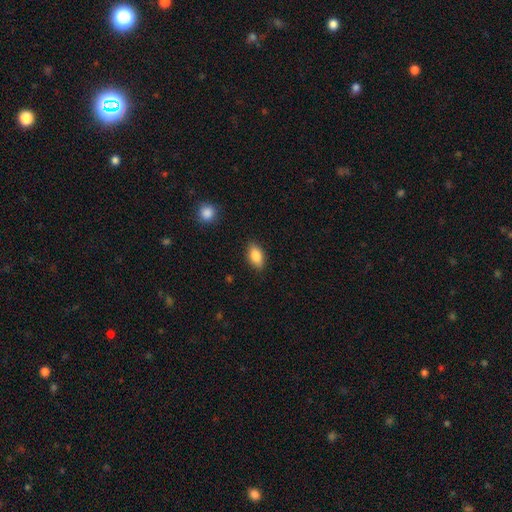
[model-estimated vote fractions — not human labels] Smooth or featured? smooth (85%)
How rounded? in between (90%)
Merging? none (86%)